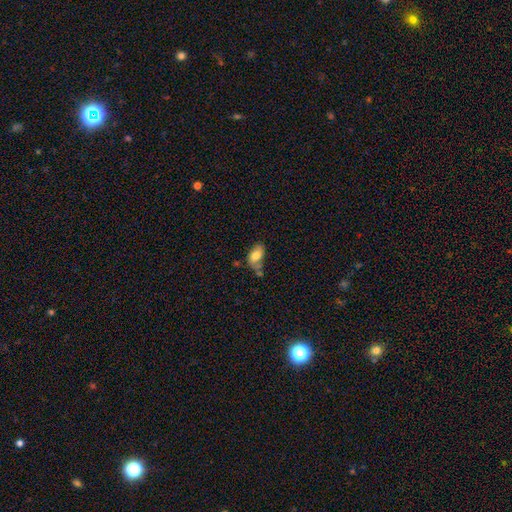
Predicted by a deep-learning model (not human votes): A smooth galaxy with no disk features (71%) that is in between round and cigar-shaped (90%). Merging: none (40%).